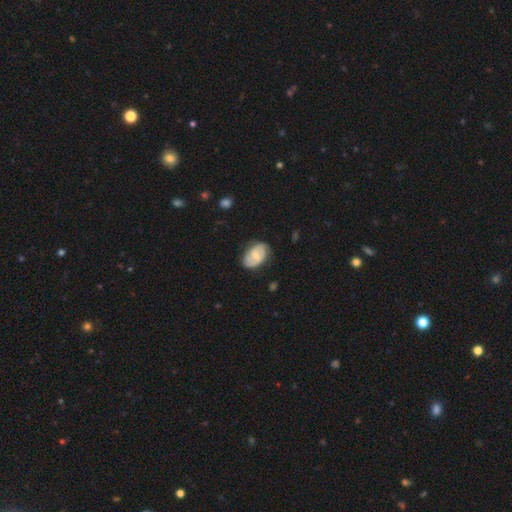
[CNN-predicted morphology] A featured or disk galaxy (52%) with a weak bar (47%), spiral arms (77%) and a small central bulge (46%).

Vote fractions:
- Smooth or featured? featured or disk: 52% / smooth: 42% / star or artifact: 6%
- Edge-on disk? no: 96% / yes: 4%
- Bar? weak: 47% / no: 40% / strong: 13%
- Spiral arms? yes: 77% / no: 23%
- Bulge size? small: 46% / moderate: 45% / none: 5% / large: 2% / dominant: 1%
- Merging? none: 71% / minor disturbance: 22% / major disturbance: 5% / merger: 1%